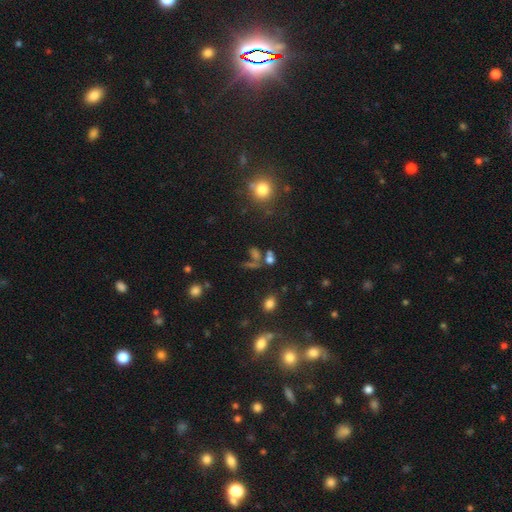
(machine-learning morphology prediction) Q: Smooth or featured?
A: star or artifact (40%); tied with: smooth (40%)